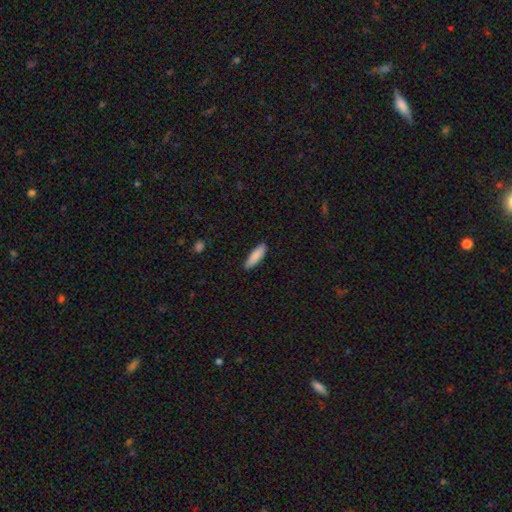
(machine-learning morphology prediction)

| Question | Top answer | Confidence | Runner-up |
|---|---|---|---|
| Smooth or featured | smooth | 86% | featured or disk (8%) |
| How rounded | cigar-shaped | 64% | in between (34%) |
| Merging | none | 87% | minor disturbance (10%) |